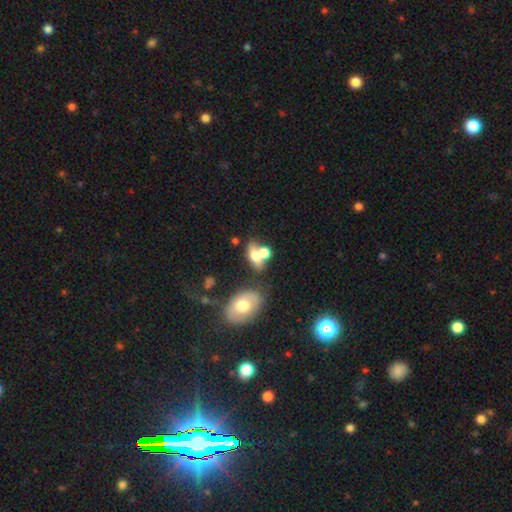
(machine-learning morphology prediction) Smooth or featured? smooth (60%)
How rounded? in between (71%)
Merging? merger (45%)